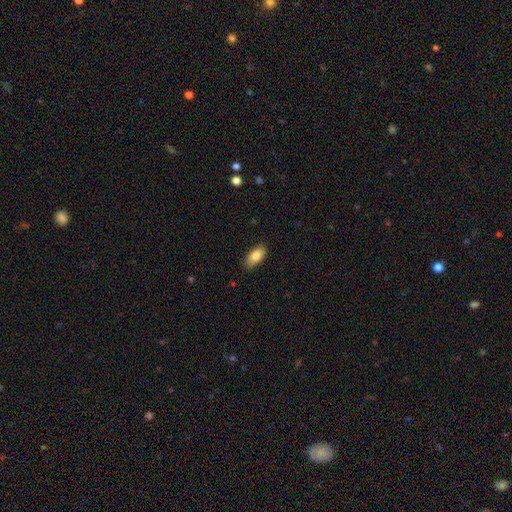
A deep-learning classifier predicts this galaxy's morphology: Smooth or featured?
  - smooth: 84% *
  - featured or disk: 9%
  - star or artifact: 7%
How rounded?
  - in between: 90% *
  - cigar-shaped: 7%
  - round: 3%
Merging?
  - none: 86% *
  - minor disturbance: 11%
  - major disturbance: 2%
  - merger: 1%